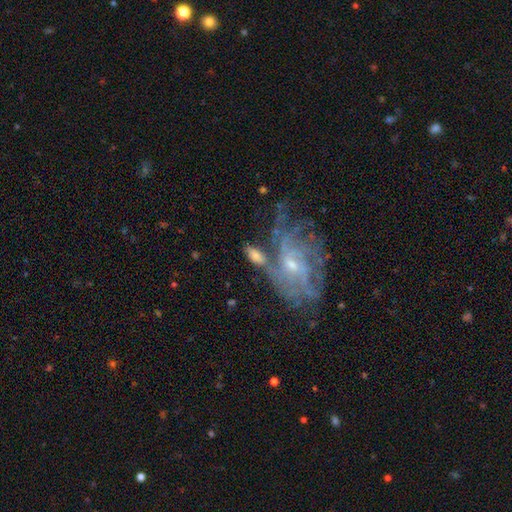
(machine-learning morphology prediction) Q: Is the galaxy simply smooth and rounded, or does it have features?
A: smooth — 48%.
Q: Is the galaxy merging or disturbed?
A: none — 46%.